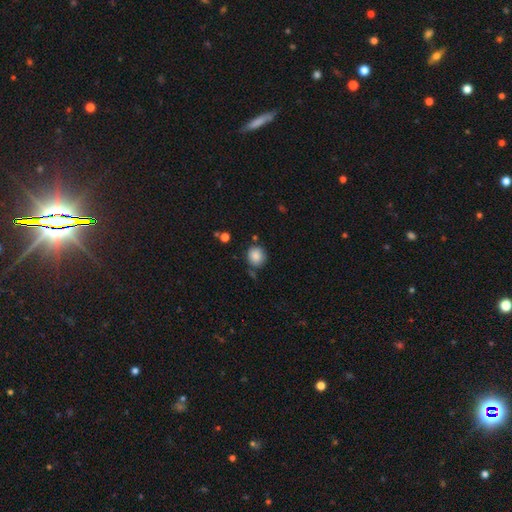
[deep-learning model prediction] A smooth galaxy with no disk features (87%) that is round (87%).

Vote fractions:
- Smooth or featured? smooth: 87% / star or artifact: 9% / featured or disk: 5%
- How rounded? round: 87% / in between: 12% / cigar-shaped: 1%
- Merging? none: 74% / minor disturbance: 16% / merger: 6% / major disturbance: 4%